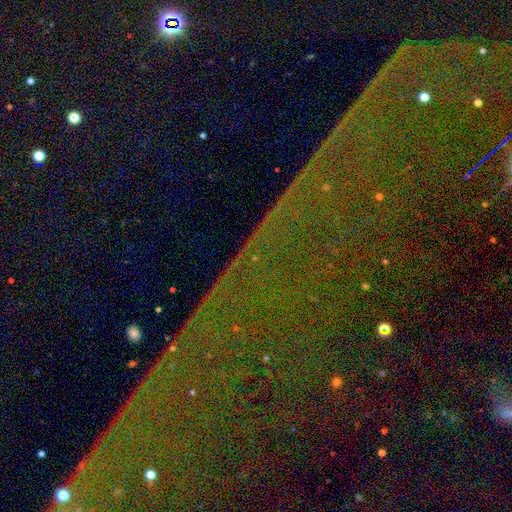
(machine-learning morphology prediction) smooth_or_featured: star or artifact (p=0.82) [alt: featured or disk p=0.10]